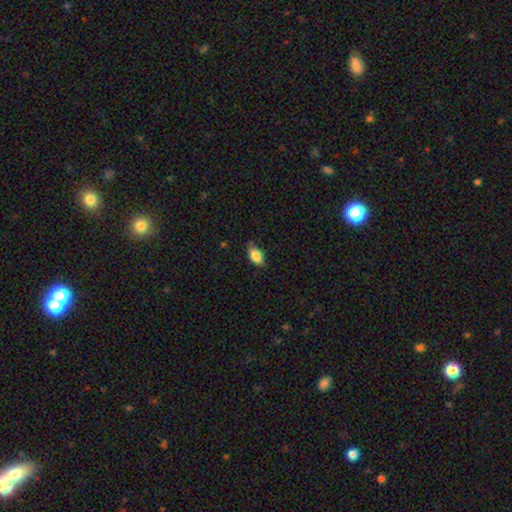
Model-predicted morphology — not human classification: Q: Smooth or featured?
A: smooth (84%); runner-up: featured or disk (9%)
Q: How rounded?
A: in between (90%); runner-up: round (6%)
Q: Merging?
A: none (75%); runner-up: minor disturbance (21%)